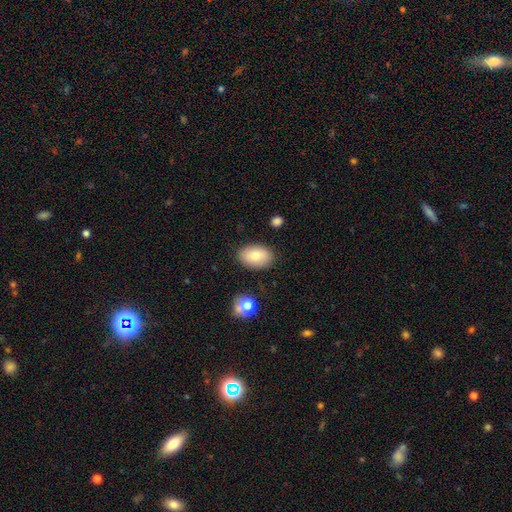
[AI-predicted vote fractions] The model was most divided on "smooth or featured": smooth: 78%, featured or disk: 15%, star or artifact: 8%. More confident: how rounded — in between (87%); merging — none (84%).